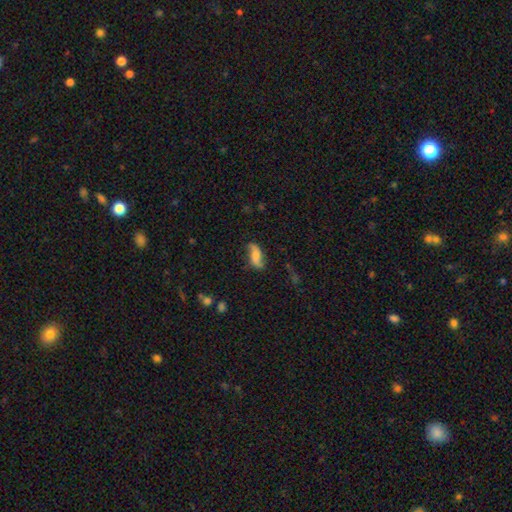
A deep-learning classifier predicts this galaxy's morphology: type=featured or disk (51%); edge-on=no (89%); merging=none (72%).